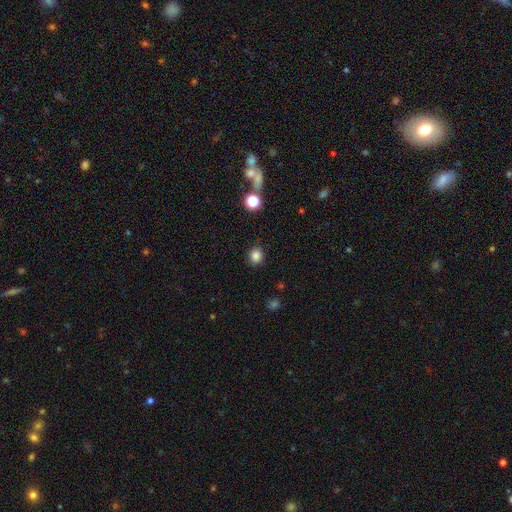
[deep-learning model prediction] smooth-or-featured: smooth: 84% | star or artifact: 12% | featured or disk: 4%
  how-rounded: round: 86% | in between: 13% | cigar-shaped: 1%
  merging: none: 87% | minor disturbance: 8% | major disturbance: 2% | merger: 2%